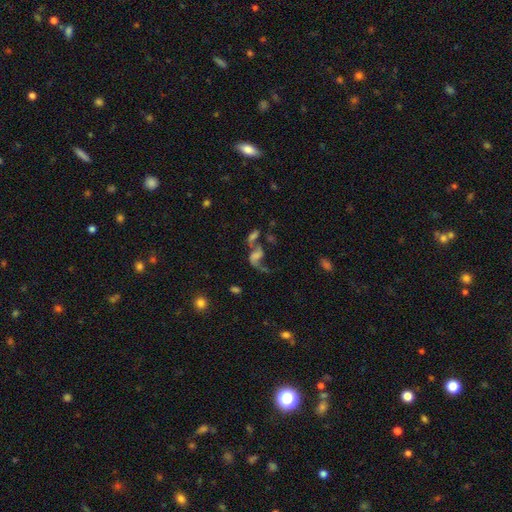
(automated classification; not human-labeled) This appears to be a featured or disk galaxy (54%) with no bar (61%), spiral arms (72%) and no central bulge (48%). Merging: merger (37%).